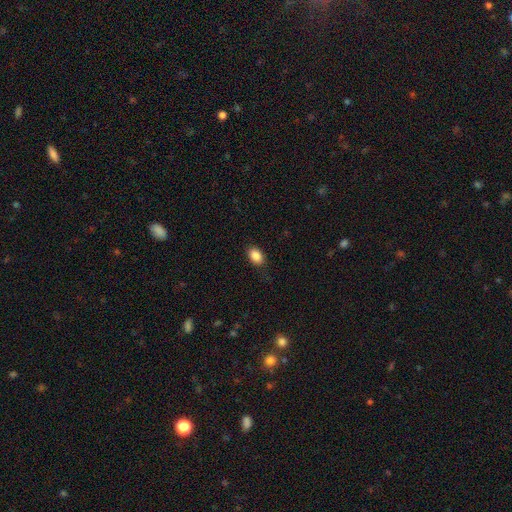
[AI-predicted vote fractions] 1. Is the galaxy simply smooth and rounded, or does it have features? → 88% smooth, 8% star or artifact, 4% featured or disk.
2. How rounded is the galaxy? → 86% in between, 13% round, 1% cigar-shaped.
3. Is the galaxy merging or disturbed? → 85% none, 11% minor disturbance, 3% major disturbance, 1% merger.